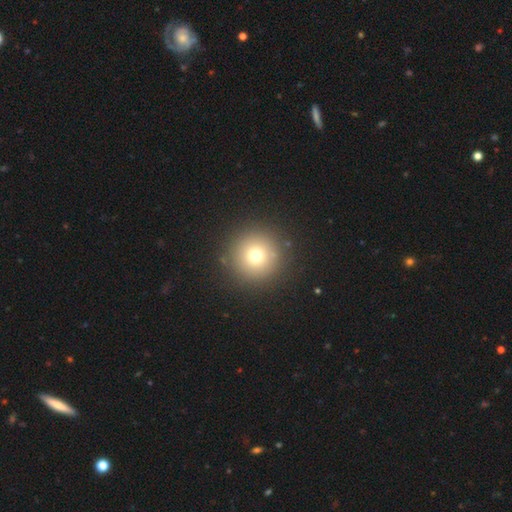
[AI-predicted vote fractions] A smooth galaxy with no disk features (73%) that is round (96%).

Vote fractions:
- Smooth or featured? smooth: 73% / star or artifact: 15% / featured or disk: 12%
- How rounded? round: 96% / in between: 3% / cigar-shaped: 1%
- Merging? none: 90% / minor disturbance: 6% / major disturbance: 3% / merger: 2%